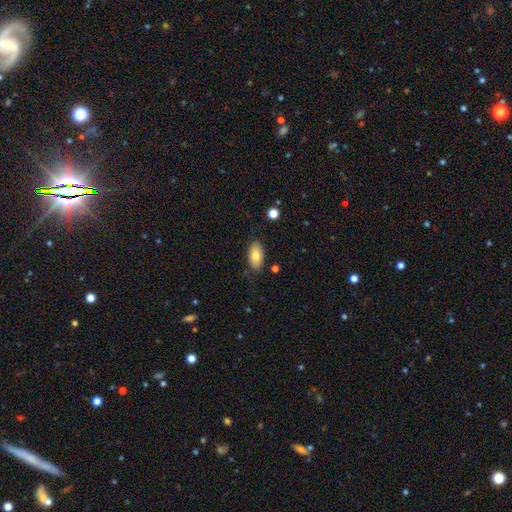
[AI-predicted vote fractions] Smooth or featured? Predicted: smooth (p=0.78). How rounded? Predicted: in between (p=0.93). Merging? Predicted: none (p=0.83).